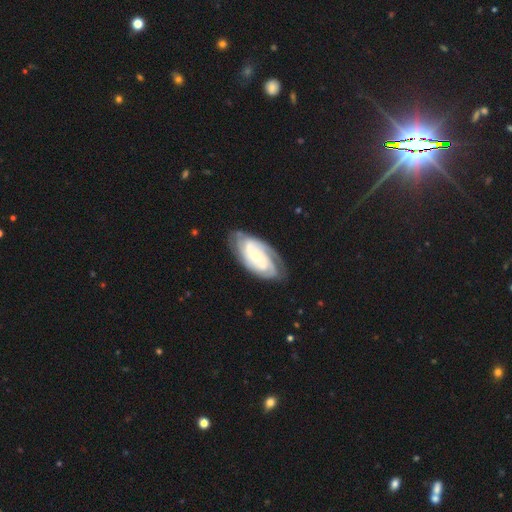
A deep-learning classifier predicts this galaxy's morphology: Smooth or featured? Predicted: featured or disk (p=0.83). Edge-on disk? Predicted: no (p=0.96). Bar? Predicted: no (p=0.63). Spiral arms? Predicted: yes (p=0.97). Spiral winding? Predicted: tight (p=0.65). Spiral arm count? Predicted: 2 (p=0.33). Bulge size? Predicted: small (p=0.64). Merging? Predicted: none (p=0.75).